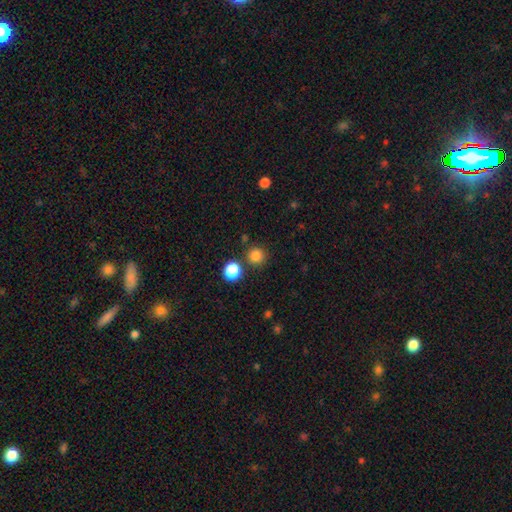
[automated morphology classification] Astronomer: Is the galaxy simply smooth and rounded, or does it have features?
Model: smooth — 83%.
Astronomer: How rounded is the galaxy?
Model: round — 93%.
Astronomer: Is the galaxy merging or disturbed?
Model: none — 83%.